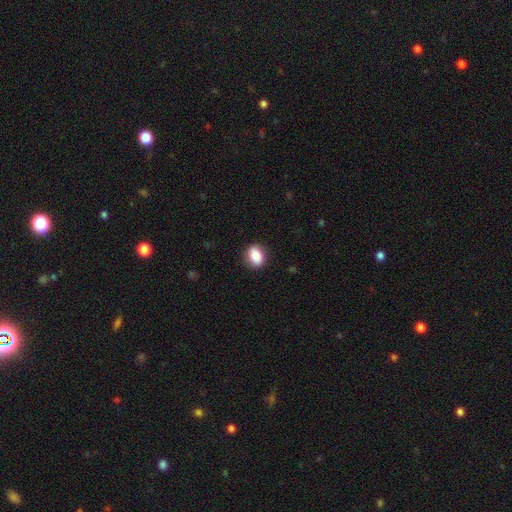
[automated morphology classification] Smooth or featured? Predicted: smooth (p=0.84). How rounded? Predicted: in between (p=0.71). Merging? Predicted: none (p=0.86).